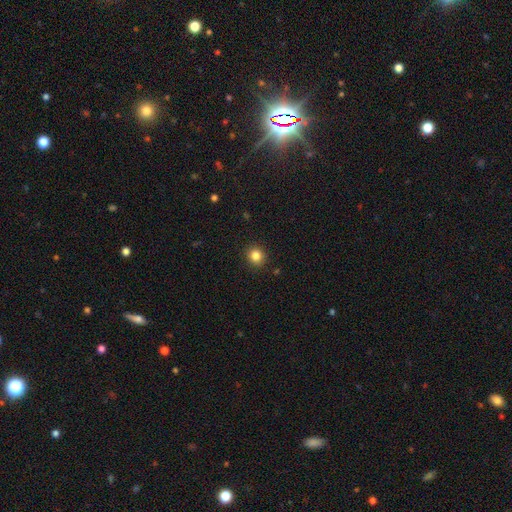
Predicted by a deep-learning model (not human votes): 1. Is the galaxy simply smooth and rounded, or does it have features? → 84% smooth, 11% star or artifact, 5% featured or disk.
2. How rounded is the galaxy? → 88% round, 11% in between, 1% cigar-shaped.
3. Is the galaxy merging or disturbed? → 91% none, 6% minor disturbance, 2% major disturbance, 1% merger.